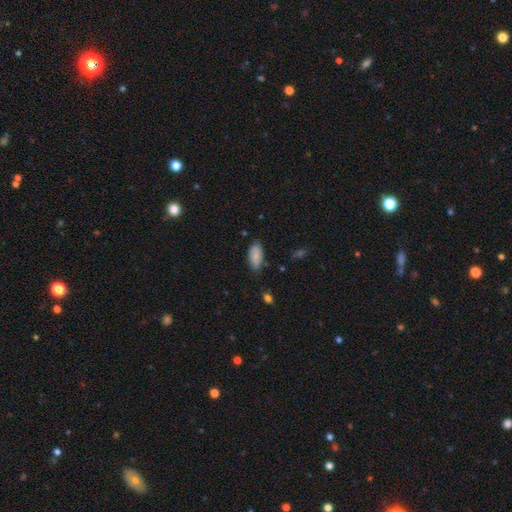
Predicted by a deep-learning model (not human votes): Morphology: type=smooth (83%); roundness=in between (91%); merging=none (77%).